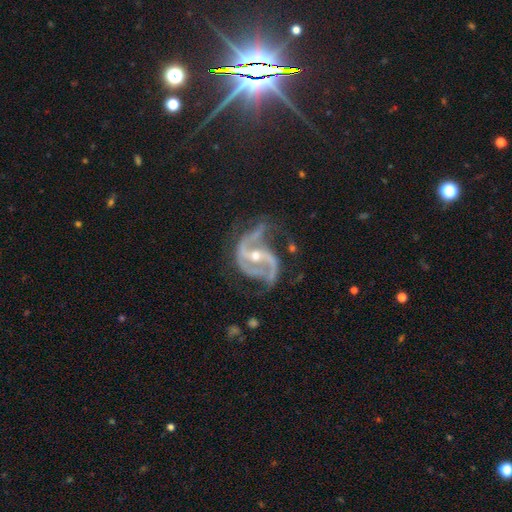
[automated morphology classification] This appears to be a featured or disk galaxy (91%) with a strong bar (39%), 2 (64%) medium (50%) spiral arms (97%) and a moderate central bulge (58%). Merging: none (48%).